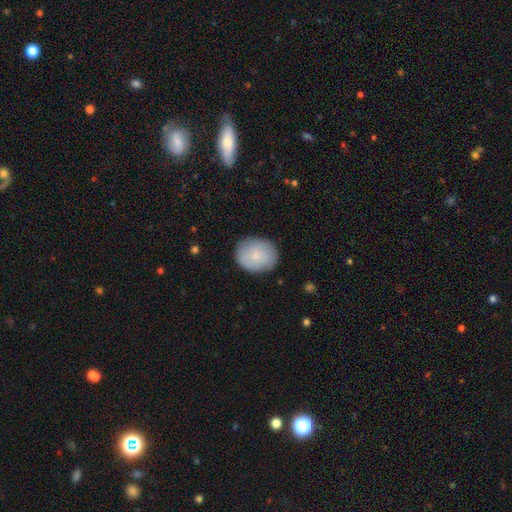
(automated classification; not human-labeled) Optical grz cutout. It shows a smooth galaxy with no disk features (81%) that is round (63%). Merging: none (83%).